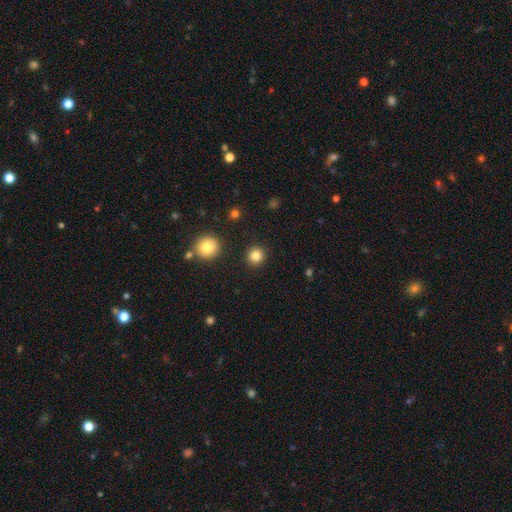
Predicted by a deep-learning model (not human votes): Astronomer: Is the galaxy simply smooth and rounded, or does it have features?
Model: smooth — 83%.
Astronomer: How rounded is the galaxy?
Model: round — 93%.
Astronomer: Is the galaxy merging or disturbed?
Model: none — 91%.